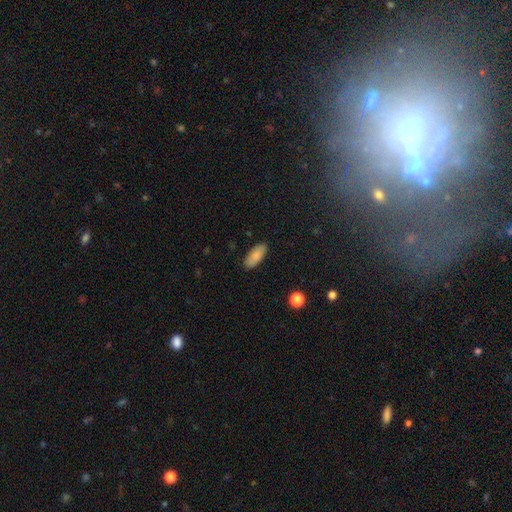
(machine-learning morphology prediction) Smooth or featured?
  - smooth: 85% *
  - featured or disk: 8%
  - star or artifact: 6%
How rounded?
  - in between: 81% *
  - cigar-shaped: 17%
  - round: 2%
Merging?
  - none: 88% *
  - minor disturbance: 9%
  - major disturbance: 2%
  - merger: 1%